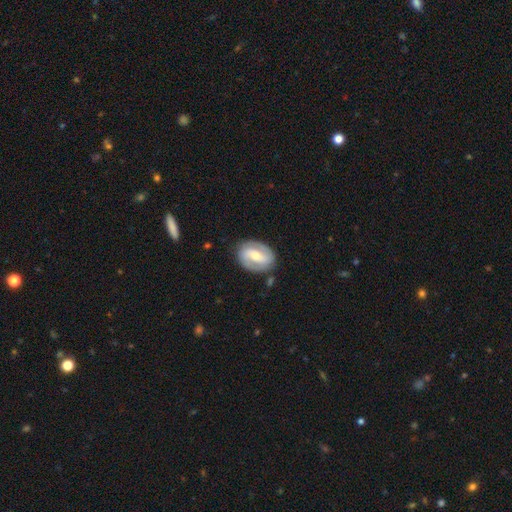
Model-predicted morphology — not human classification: Smooth or featured: featured or disk — 77% (smooth — 18%)
Edge-on disk: no — 97% (yes — 3%)
Bar: weak — 40% (strong — 38%)
Spiral arms: yes — 87% (no — 13%)
Spiral winding: tight — 42% (tied with medium — 42%)
Spiral arm count: 2 — 87% (can't tell — 7%)
Bulge size: moderate — 55% (small — 40%)
Merging: none — 82% (minor disturbance — 12%)